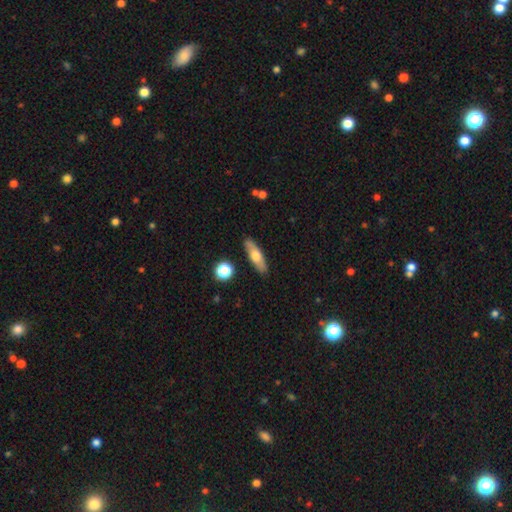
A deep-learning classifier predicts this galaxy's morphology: smooth 58%, featured or disk 35%, star or artifact 7%. Down the decision tree: how rounded — cigar-shaped (55%); merging — none (87%).